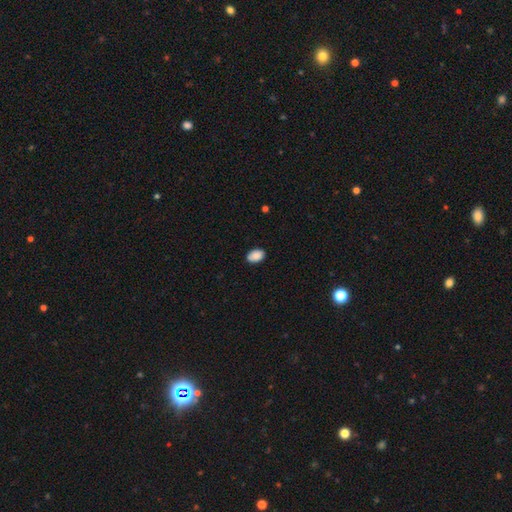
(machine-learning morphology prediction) This is clearly a smooth galaxy (89%). How rounded: clearly in between (88%). Merging: clearly none (86%).